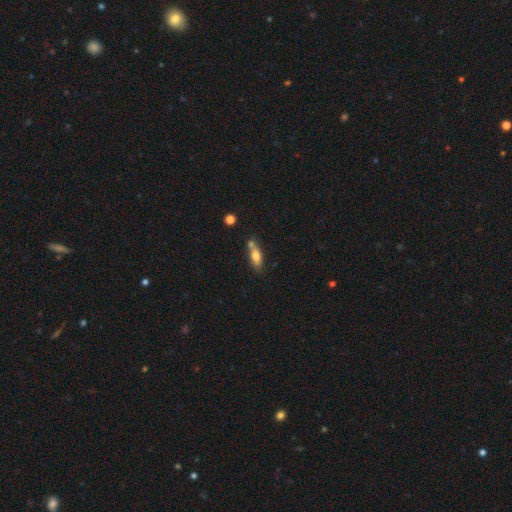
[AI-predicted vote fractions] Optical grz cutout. It shows a smooth galaxy with no disk features (68%) that is in between round and cigar-shaped (65%). Merging: none (55%).